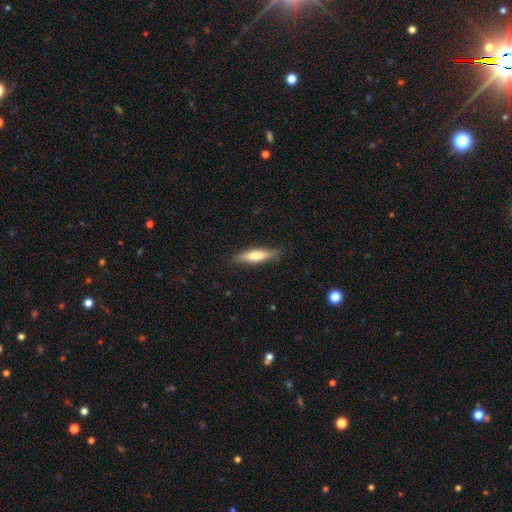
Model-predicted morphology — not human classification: type=smooth (62%); roundness=cigar-shaped (72%); merging=none (86%).